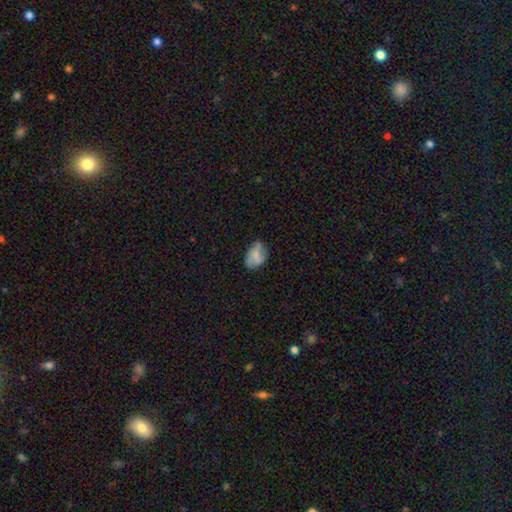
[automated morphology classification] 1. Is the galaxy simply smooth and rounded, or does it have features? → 64% smooth, 27% featured or disk, 9% star or artifact.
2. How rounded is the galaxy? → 83% in between, 16% round, 2% cigar-shaped.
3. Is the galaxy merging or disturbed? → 58% none, 29% minor disturbance, 11% major disturbance, 2% merger.